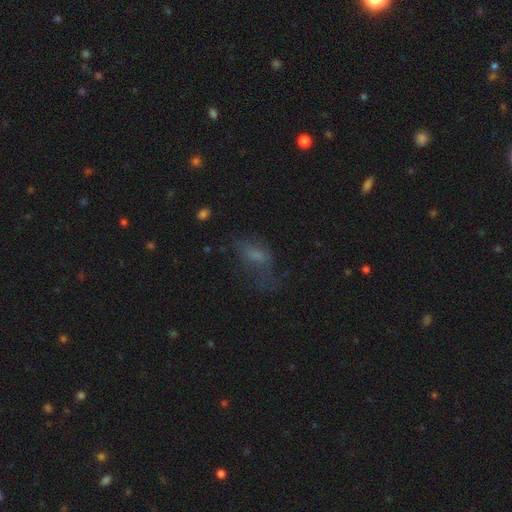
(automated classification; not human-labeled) This is possibly a smooth galaxy (54%). How rounded: likely in between (79%). Merging: marginally major disturbance (38%).